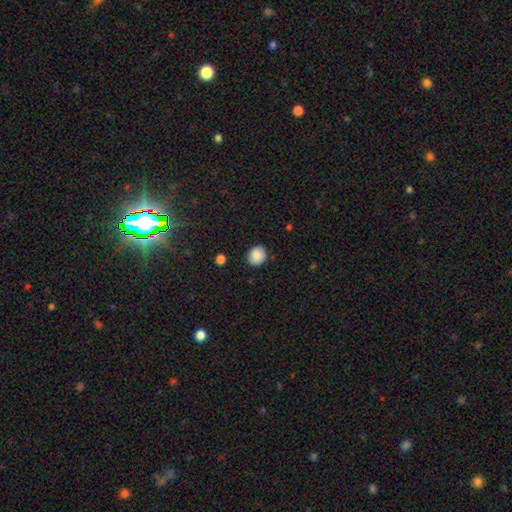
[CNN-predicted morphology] smooth-or-featured: smooth: 88% | star or artifact: 8% | featured or disk: 4%
  how-rounded: round: 78% | in between: 21% | cigar-shaped: 1%
  merging: none: 88% | minor disturbance: 9% | major disturbance: 2% | merger: 1%